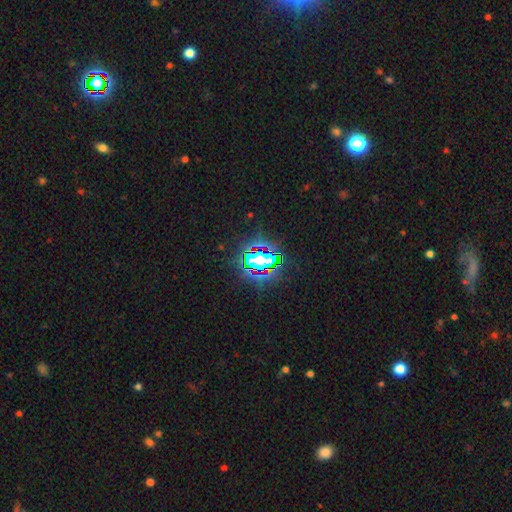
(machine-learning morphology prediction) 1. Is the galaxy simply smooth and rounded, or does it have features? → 79% star or artifact, 12% smooth, 8% featured or disk.